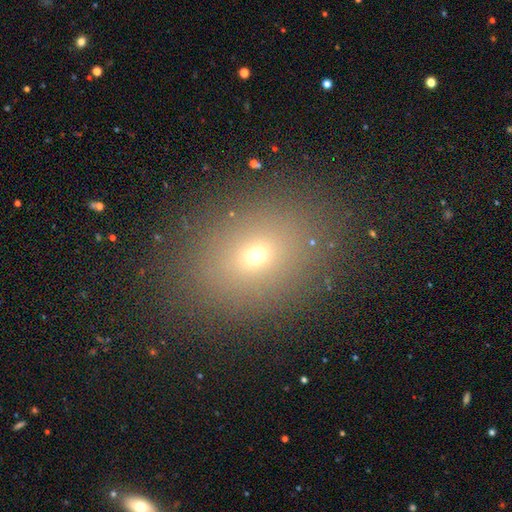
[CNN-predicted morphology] smooth-or-featured: smooth: 64% | star or artifact: 24% | featured or disk: 12%
  how-rounded: in between: 60% | round: 39% | cigar-shaped: 1%
  merging: none: 86% | minor disturbance: 9% | major disturbance: 4% | merger: 2%